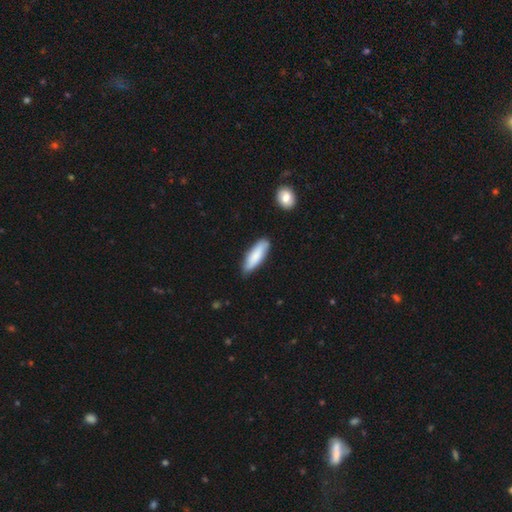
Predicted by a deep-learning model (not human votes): The model was most divided on "how rounded": cigar-shaped: 51%, in between: 47%, round: 1%. More confident: smooth or featured — smooth (83%); merging — none (81%).